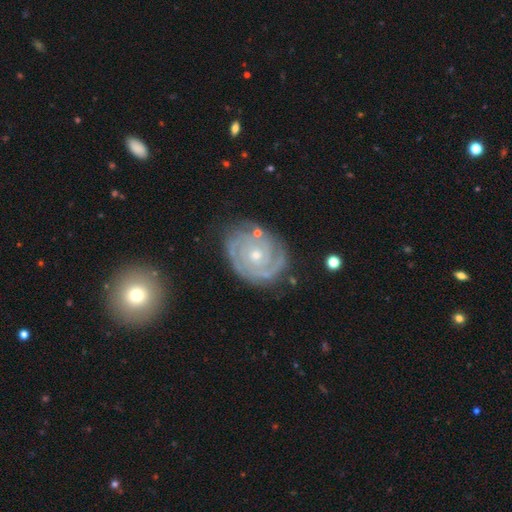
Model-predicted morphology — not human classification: Smooth or featured? featured or disk (88%)
Edge-on disk? no (97%)
Bar? no (79%)
Spiral arms? yes (97%)
Spiral winding? tight (81%)
Spiral arm count? 2 (42%)
Bulge size? small (59%)
Merging? none (78%)